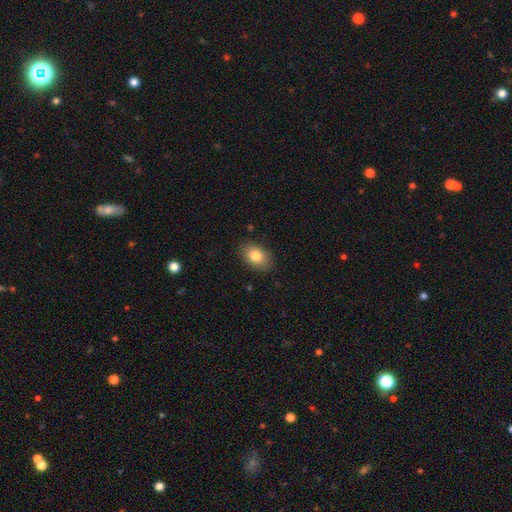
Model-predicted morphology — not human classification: Smooth or featured? Predicted: smooth (p=0.82). How rounded? Predicted: in between (p=0.86). Merging? Predicted: none (p=0.86).